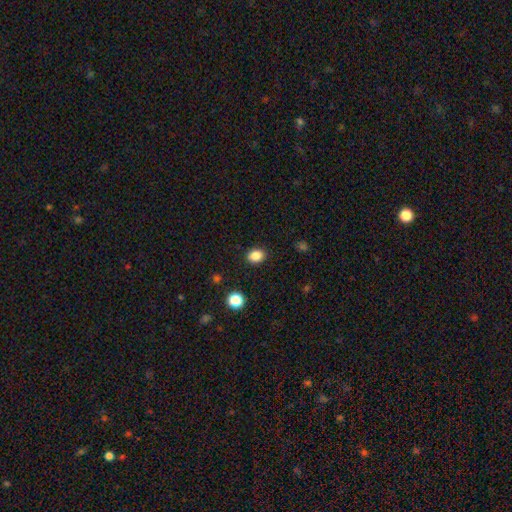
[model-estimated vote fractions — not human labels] smooth_or_featured: smooth (p=0.86) [alt: star or artifact p=0.11]
how_rounded: in between (p=0.51) [alt: round p=0.48]
merging: none (p=0.89) [alt: minor disturbance p=0.07]